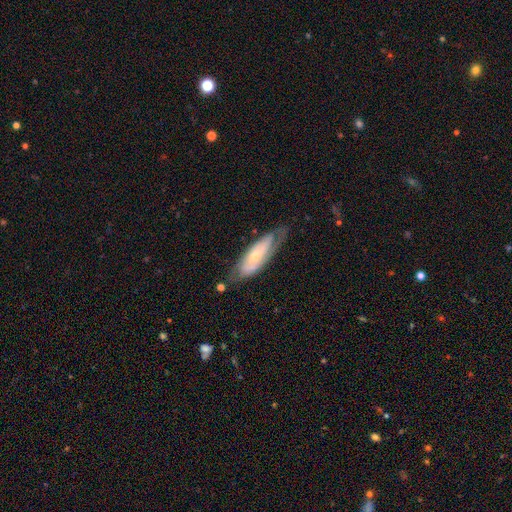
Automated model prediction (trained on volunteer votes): smooth-or-featured: featured or disk: 62% | smooth: 32% | star or artifact: 6%
  disk-edge-on: no: 77% | yes: 23%
  merging: none: 62% | minor disturbance: 26% | major disturbance: 10% | merger: 2%